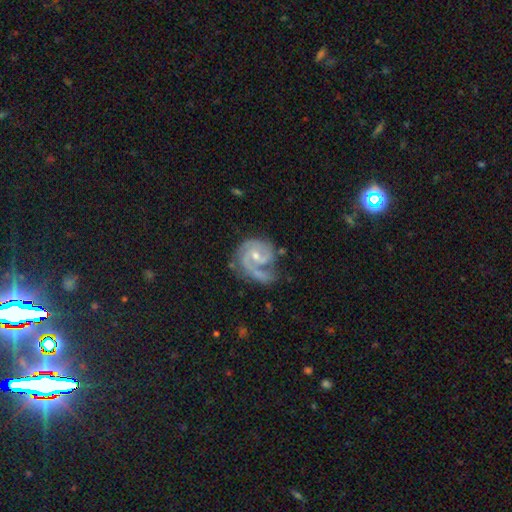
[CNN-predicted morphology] A featured or disk galaxy (89%) with no bar (54%), 2 (71%) tight (50%) spiral arms (98%) and a small central bulge (51%). Merging: none (53%).